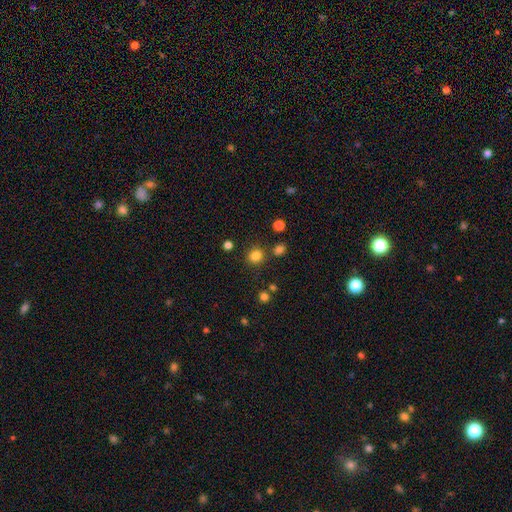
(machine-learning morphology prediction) smooth-or-featured: smooth: 81% | star or artifact: 14% | featured or disk: 5%
  how-rounded: round: 85% | in between: 15% | cigar-shaped: 1%
  merging: none: 82% | minor disturbance: 8% | merger: 6% | major disturbance: 3%